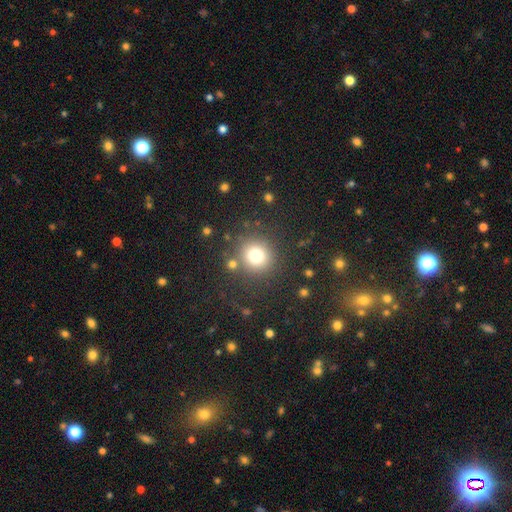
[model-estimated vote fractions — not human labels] Smooth or featured? smooth (77%)
How rounded? round (91%)
Merging? none (83%)